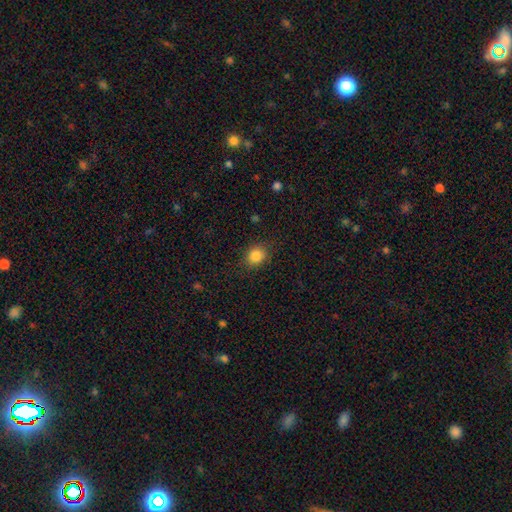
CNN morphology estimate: Smooth or featured?
  - smooth: 85% *
  - star or artifact: 10%
  - featured or disk: 5%
How rounded?
  - round: 64% *
  - in between: 35%
  - cigar-shaped: 1%
Merging?
  - none: 84% *
  - minor disturbance: 11%
  - major disturbance: 3%
  - merger: 1%